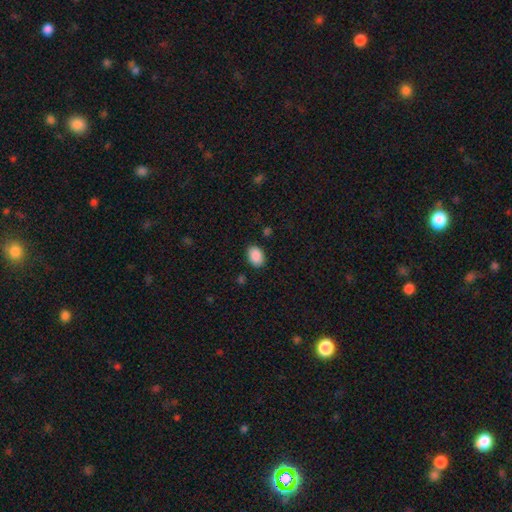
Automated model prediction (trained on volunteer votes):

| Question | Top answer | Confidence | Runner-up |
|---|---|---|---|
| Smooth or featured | smooth | 90% | star or artifact (7%) |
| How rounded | in between | 78% | round (21%) |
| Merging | none | 86% | minor disturbance (10%) |